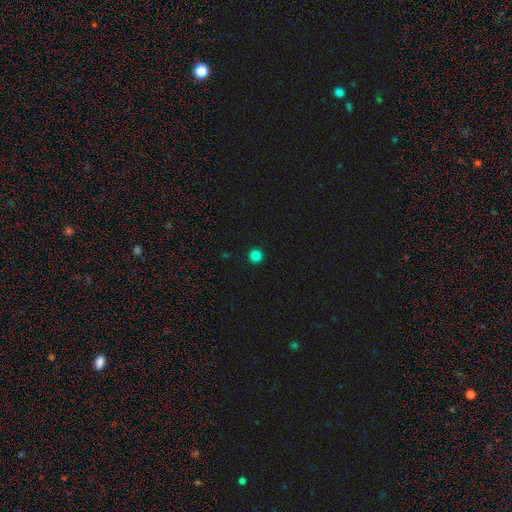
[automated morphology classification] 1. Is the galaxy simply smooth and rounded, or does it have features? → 84% smooth, 13% star or artifact, 3% featured or disk.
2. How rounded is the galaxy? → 96% round, 3% in between, 1% cigar-shaped.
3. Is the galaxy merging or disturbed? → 94% none, 4% minor disturbance, 1% major disturbance, 1% merger.